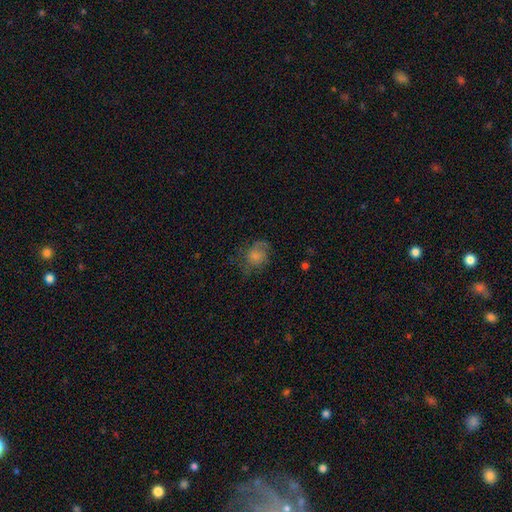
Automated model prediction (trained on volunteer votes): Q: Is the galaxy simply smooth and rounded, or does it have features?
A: smooth — 68%.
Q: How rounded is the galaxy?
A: round — 58%.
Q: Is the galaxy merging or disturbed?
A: none — 47%.